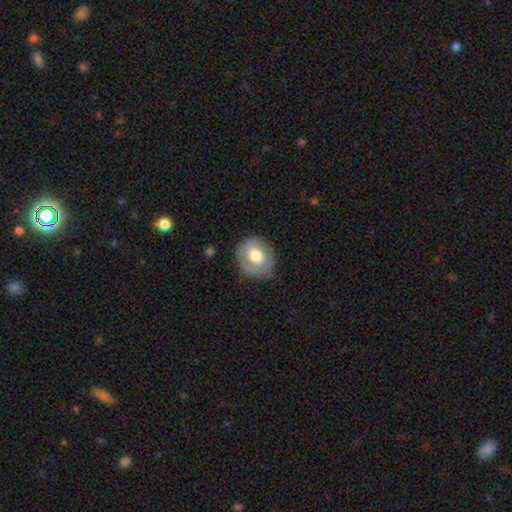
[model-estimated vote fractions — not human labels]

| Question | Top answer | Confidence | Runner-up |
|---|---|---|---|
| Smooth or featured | smooth | 57% | featured or disk (37%) |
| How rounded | round | 72% | in between (27%) |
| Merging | none | 73% | minor disturbance (18%) |